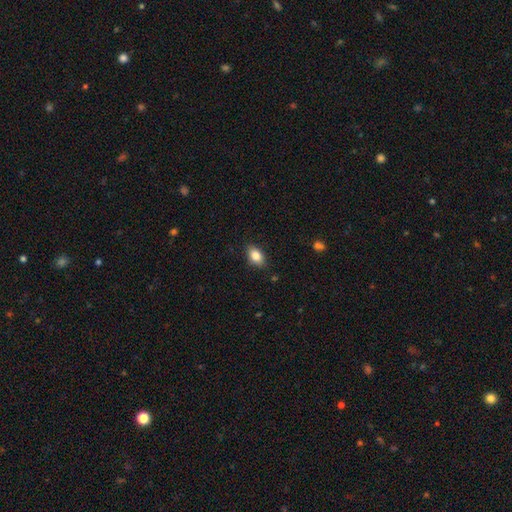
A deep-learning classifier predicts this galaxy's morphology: A smooth galaxy with no disk features (84%) that is in between round and cigar-shaped (88%). Merging: none (85%).